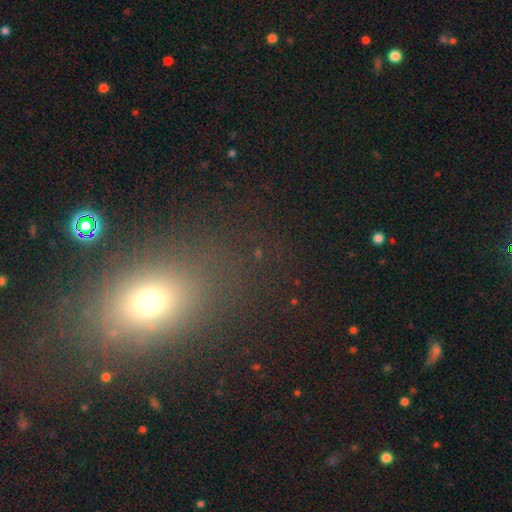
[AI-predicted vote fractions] A smooth galaxy with no disk features (56%) that is in between round and cigar-shaped (55%). Merging: none (78%).